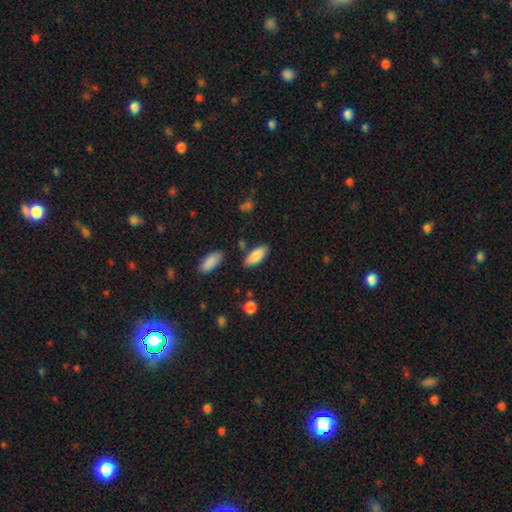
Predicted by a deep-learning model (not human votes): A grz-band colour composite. It shows a smooth galaxy with no disk features (86%) that is in between round and cigar-shaped (81%). Merging: none (80%).